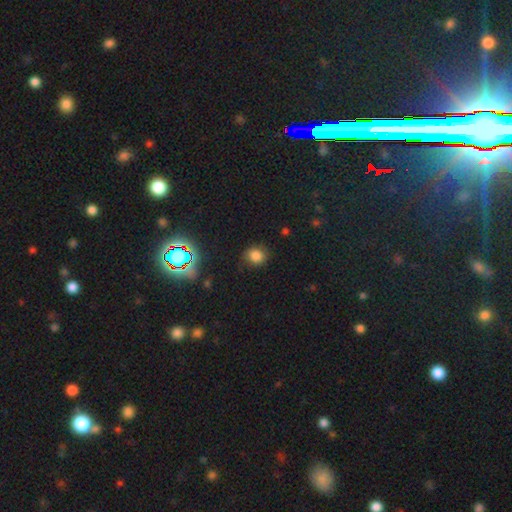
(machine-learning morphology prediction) type=smooth (75%); roundness=round (74%); merging=none (76%).